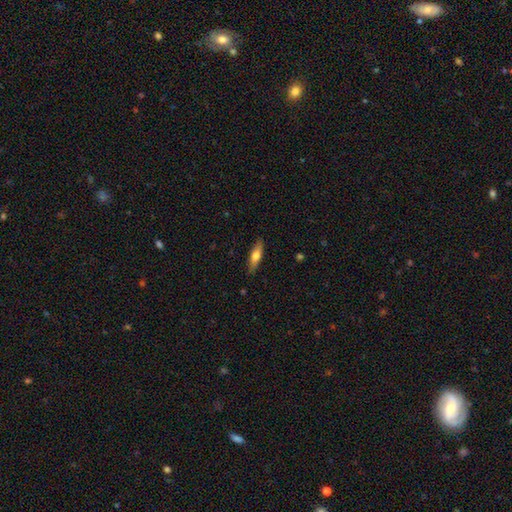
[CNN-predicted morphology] Q: Smooth or featured?
A: smooth (62%); runner-up: featured or disk (32%)
Q: How rounded?
A: cigar-shaped (63%); runner-up: in between (35%)
Q: Merging?
A: none (86%); runner-up: minor disturbance (10%)